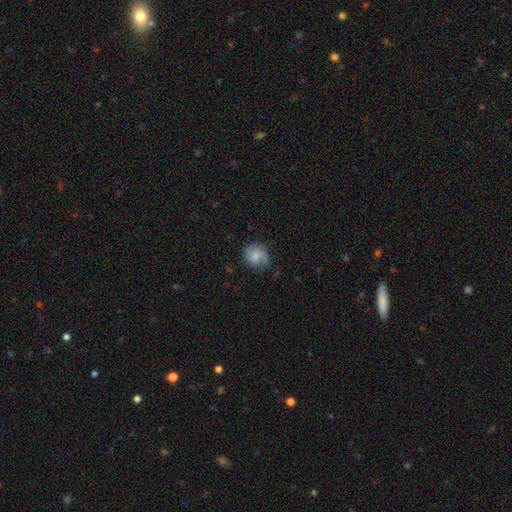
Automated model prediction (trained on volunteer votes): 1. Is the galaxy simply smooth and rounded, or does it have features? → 52% featured or disk, 40% smooth, 8% star or artifact.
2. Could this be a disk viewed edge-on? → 98% no, 2% yes.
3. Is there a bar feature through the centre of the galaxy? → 67% no, 29% weak, 4% strong.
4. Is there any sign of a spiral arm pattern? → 90% yes, 10% no.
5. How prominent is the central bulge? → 43% small, 33% moderate, 17% none, 5% large, 1% dominant.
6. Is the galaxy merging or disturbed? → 64% none, 23% minor disturbance, 11% major disturbance, 1% merger.